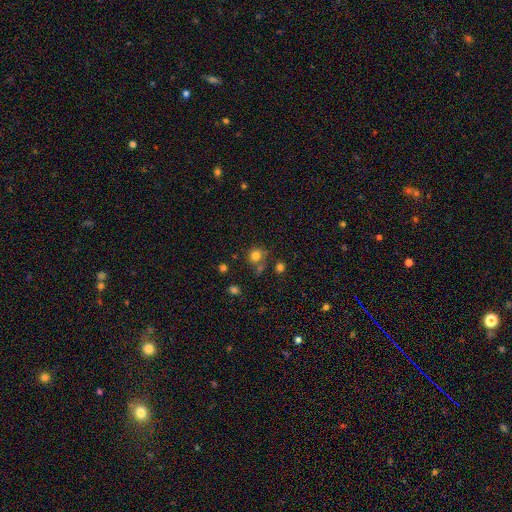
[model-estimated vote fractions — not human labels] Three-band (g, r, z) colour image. It shows a smooth galaxy with no disk features (80%) that is round (86%). Merging: none (63%).